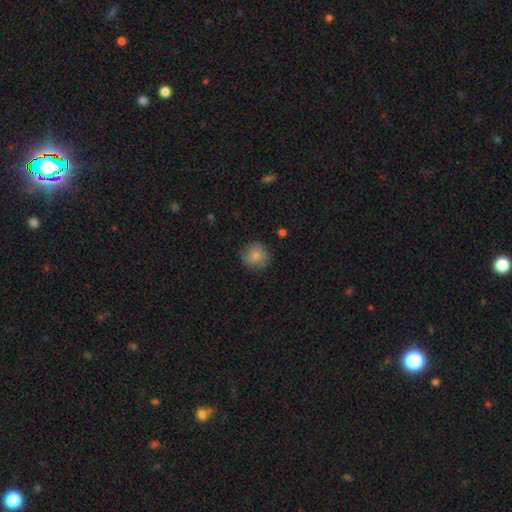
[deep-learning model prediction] A smooth galaxy with no disk features (84%) that is round (92%). Merging: none (84%).